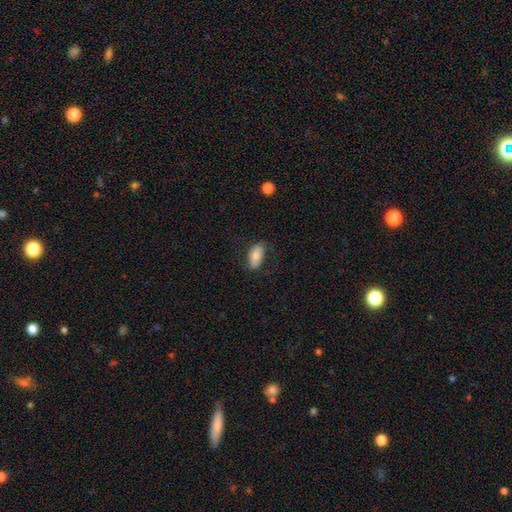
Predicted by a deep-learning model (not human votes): Overall: smooth (74%). How rounded: in between (92%). Merging: none (76%).